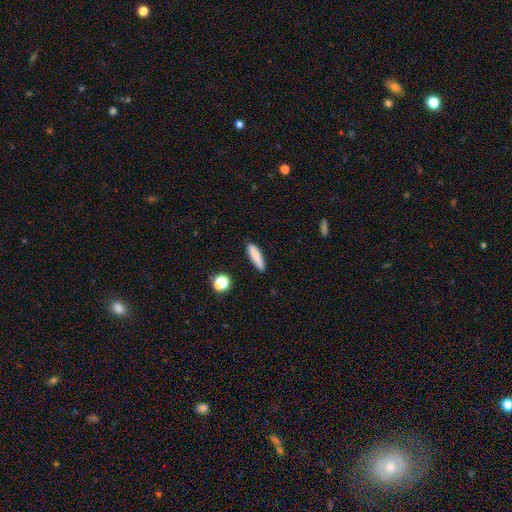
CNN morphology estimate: This appears to be a smooth galaxy with no disk features (83%) that is cigar-shaped (72%). Merging: none (87%).